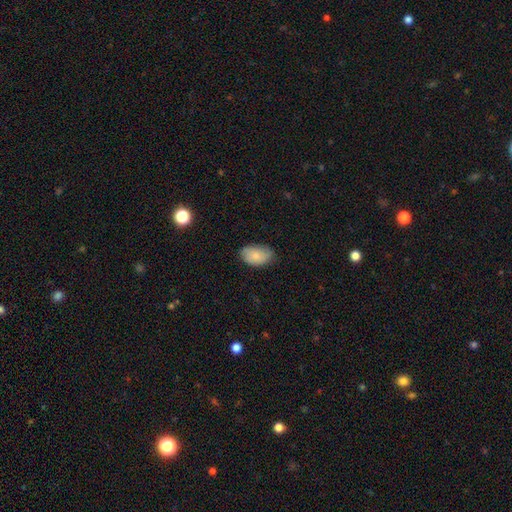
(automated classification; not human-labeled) Overall: smooth (80%). How rounded: in between (91%). Merging: none (73%).